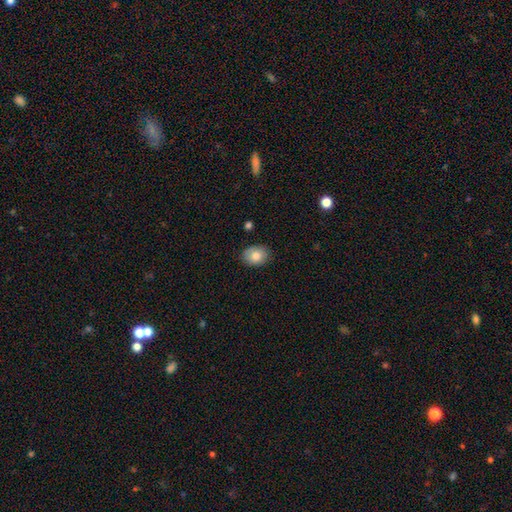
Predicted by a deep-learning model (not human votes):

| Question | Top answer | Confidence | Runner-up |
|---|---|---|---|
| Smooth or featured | smooth | 80% | featured or disk (12%) |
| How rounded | in between | 64% | round (35%) |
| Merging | none | 82% | minor disturbance (14%) |